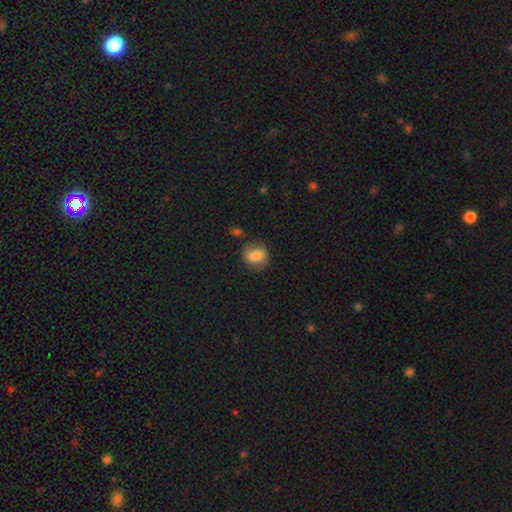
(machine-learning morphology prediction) Smooth or featured? smooth (67%)
How rounded? round (54%)
Merging? none (71%)